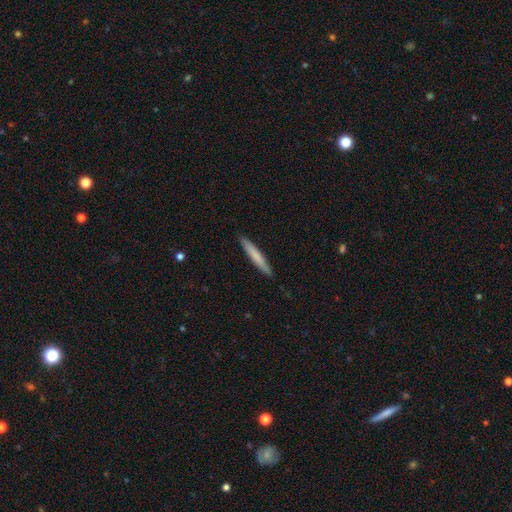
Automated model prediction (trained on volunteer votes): Smooth or featured? Predicted: smooth (p=0.72). How rounded? Predicted: cigar-shaped (p=0.95). Merging? Predicted: none (p=0.91).